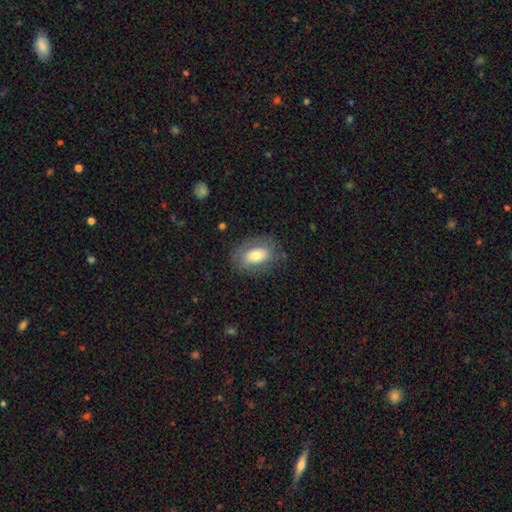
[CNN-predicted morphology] Q: Smooth or featured?
A: smooth (63%); runner-up: featured or disk (30%)
Q: How rounded?
A: in between (87%); runner-up: round (11%)
Q: Merging?
A: none (76%); runner-up: minor disturbance (16%)